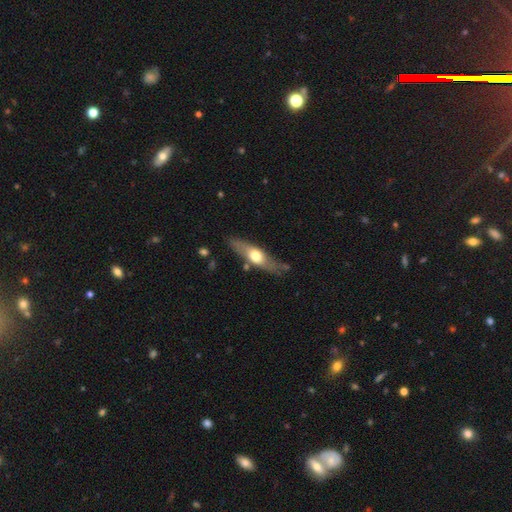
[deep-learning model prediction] A featured or disk galaxy (48%).

Vote fractions:
- Smooth or featured? featured or disk: 48% / smooth: 47% / star or artifact: 5%
- Merging? none: 73% / minor disturbance: 18% / major disturbance: 5% / merger: 4%